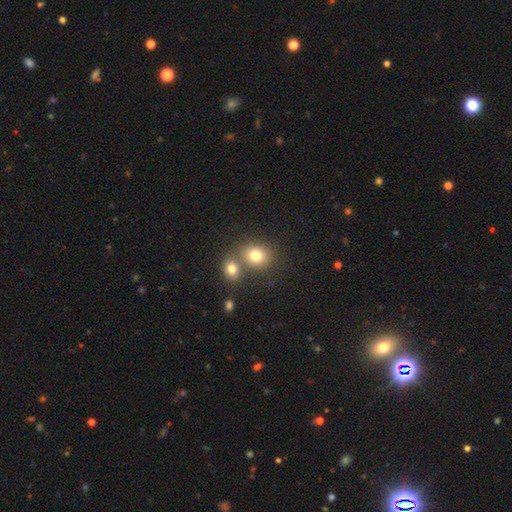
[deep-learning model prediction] Smooth or featured? Predicted: smooth (p=0.79). How rounded? Predicted: round (p=0.66). Merging? Predicted: none (p=0.54).